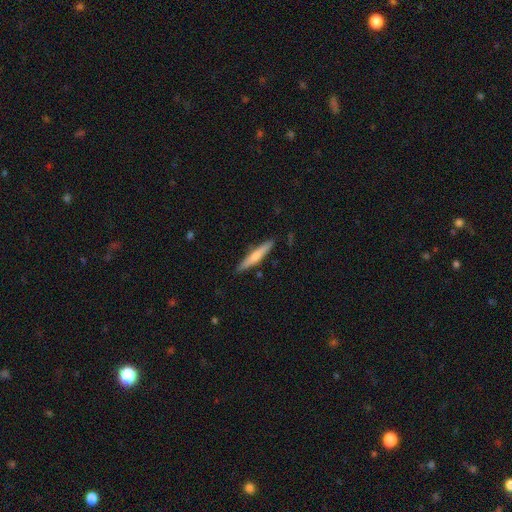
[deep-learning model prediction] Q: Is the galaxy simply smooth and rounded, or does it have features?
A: smooth — 61%.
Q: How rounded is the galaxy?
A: cigar-shaped — 93%.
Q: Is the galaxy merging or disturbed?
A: none — 88%.